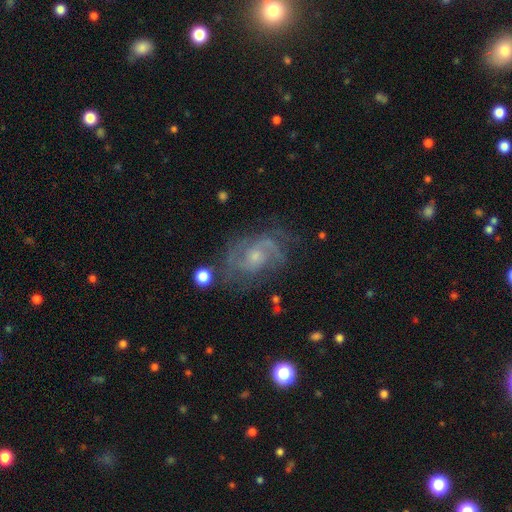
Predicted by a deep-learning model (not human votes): A featured or disk galaxy (83%) with no bar (62%), 2 (65%) medium (49%) spiral arms (94%) and a small central bulge (60%).

Vote fractions:
- Smooth or featured? featured or disk: 83% / smooth: 9% / star or artifact: 8%
- Edge-on disk? no: 97% / yes: 3%
- Bar? no: 62% / weak: 33% / strong: 5%
- Spiral arms? yes: 94% / no: 6%
- Spiral winding? medium: 49% / tight: 35% / loose: 16%
- Spiral arm count? 2: 65% / can't tell: 16% / 3: 9% / 1: 4% / 4: 3% / more than 4: 3%
- Bulge size? small: 60% / moderate: 33% / none: 5% / large: 2% / dominant: 1%
- Merging? none: 67% / minor disturbance: 19% / major disturbance: 11% / merger: 2%